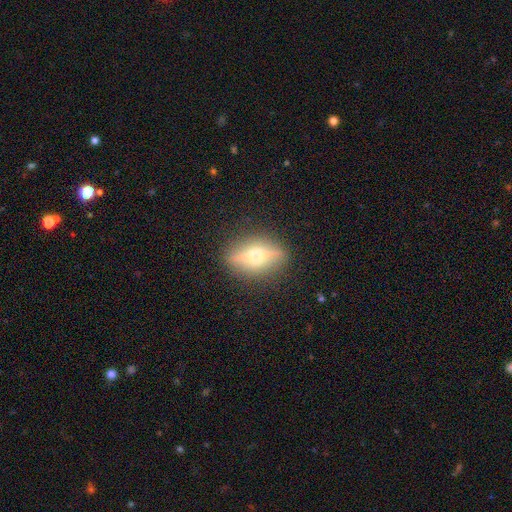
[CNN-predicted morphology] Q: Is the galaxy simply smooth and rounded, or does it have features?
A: featured or disk — 58%.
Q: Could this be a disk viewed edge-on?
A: yes — 80%.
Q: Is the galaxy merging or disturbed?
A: none — 86%.